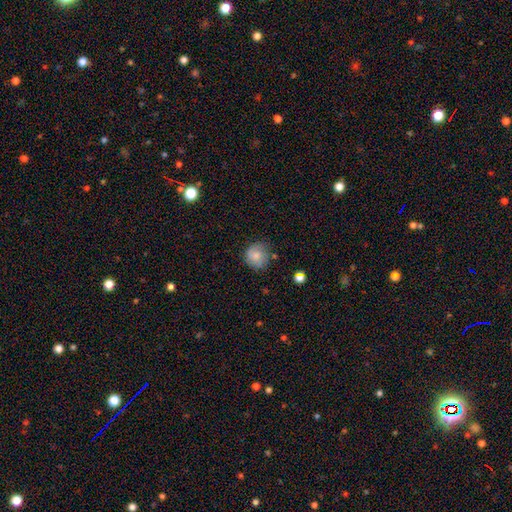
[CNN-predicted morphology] A smooth galaxy with no disk features (74%) that is round (88%). Merging: none (71%).